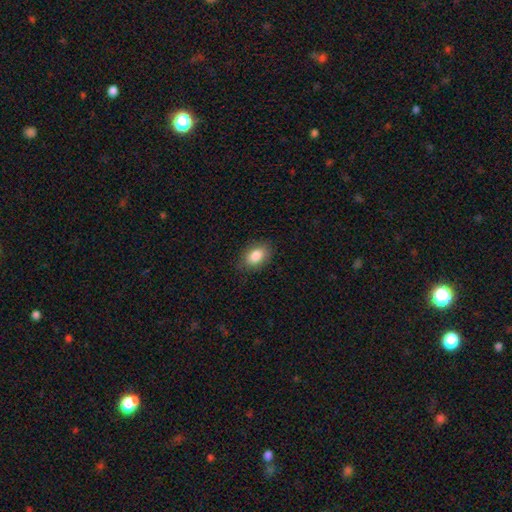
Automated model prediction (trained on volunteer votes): Smooth or featured: smooth — 85% (star or artifact — 8%)
How rounded: in between — 89% (round — 9%)
Merging: none — 84% (minor disturbance — 12%)